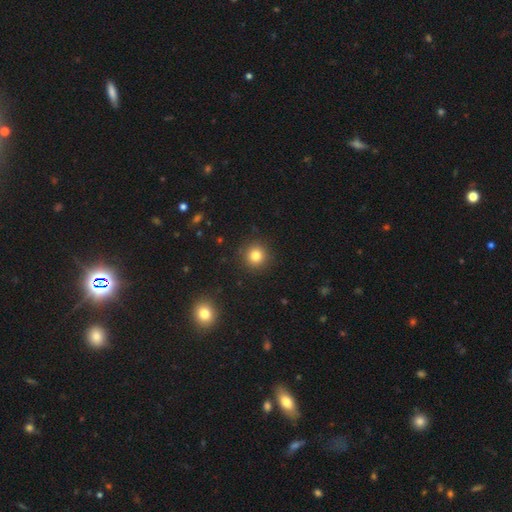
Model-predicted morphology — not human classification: Smooth or featured? Predicted: smooth (p=0.81). How rounded? Predicted: round (p=0.94). Merging? Predicted: none (p=0.91).